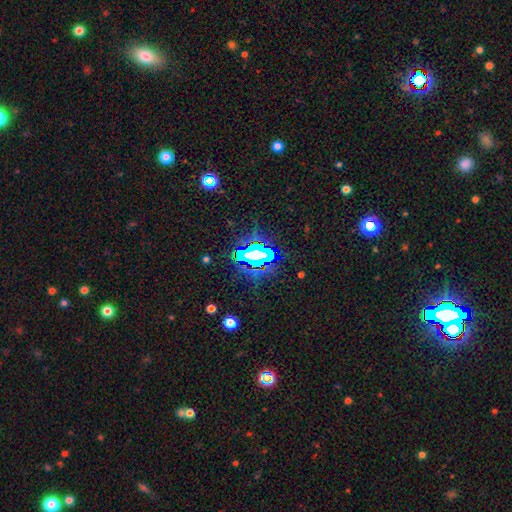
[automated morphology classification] A star or artifact, not a galaxy (62%).